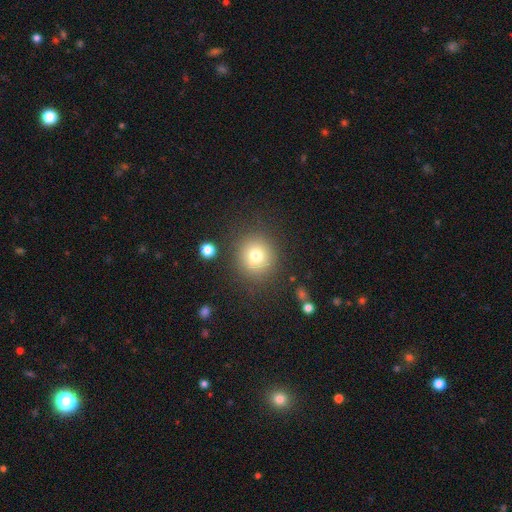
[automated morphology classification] The model was most divided on "smooth or featured": smooth: 75%, star or artifact: 14%, featured or disk: 12%. More confident: how rounded — round (90%); merging — none (84%).